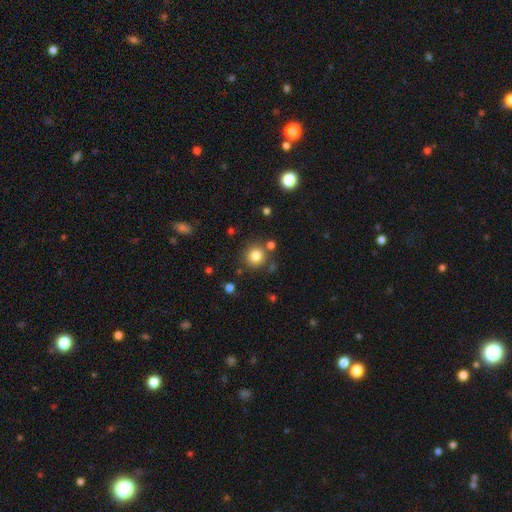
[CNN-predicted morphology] A smooth galaxy with no disk features (81%) that is round (93%). Merging: none (82%).